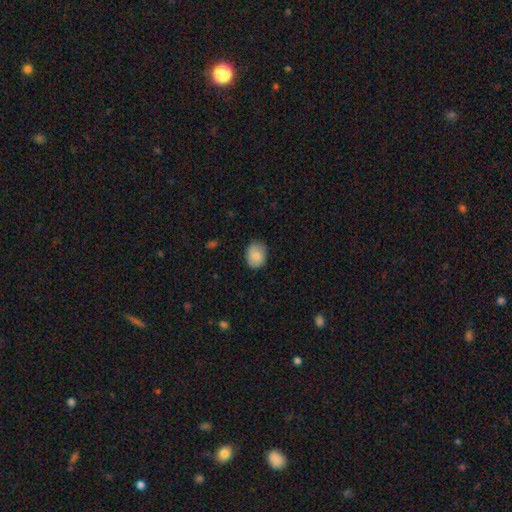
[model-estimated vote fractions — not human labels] Smooth or featured? Predicted: smooth (p=0.82). How rounded? Predicted: in between (p=0.56). Merging? Predicted: none (p=0.79).